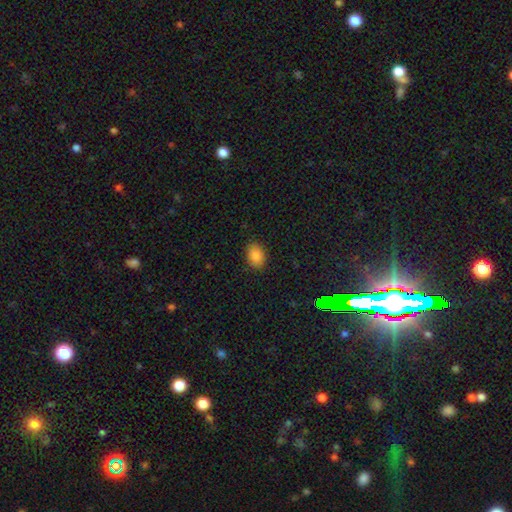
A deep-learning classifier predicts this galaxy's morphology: Smooth or featured: smooth — 87% (star or artifact — 9%)
How rounded: in between — 77% (round — 21%)
Merging: none — 86% (minor disturbance — 10%)